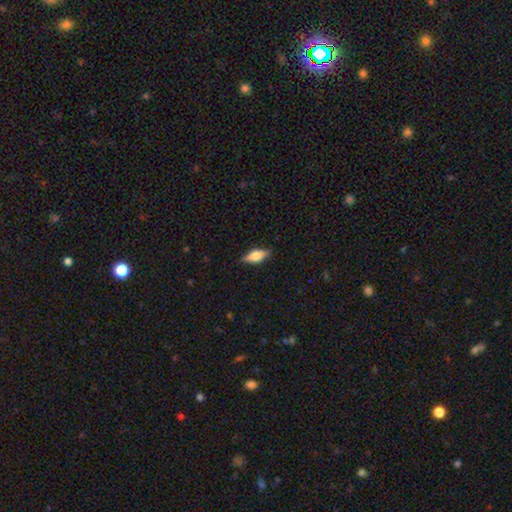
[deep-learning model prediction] Morphology: type=smooth (60%); roundness=in between (71%); merging=none (85%).